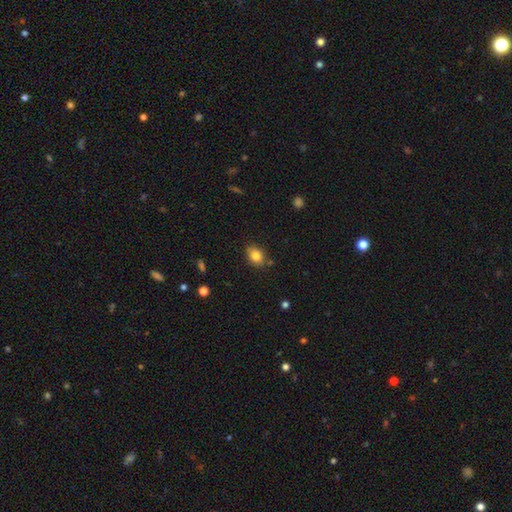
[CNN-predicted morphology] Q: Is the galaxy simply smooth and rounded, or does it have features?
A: smooth — 82%.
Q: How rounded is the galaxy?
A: in between — 70%.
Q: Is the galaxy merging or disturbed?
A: none — 81%.